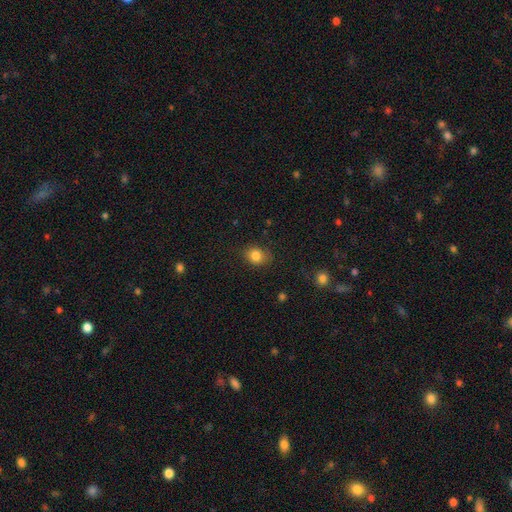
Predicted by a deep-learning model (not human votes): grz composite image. It shows a smooth galaxy with no disk features (83%) that is round (55%). Merging: none (79%).